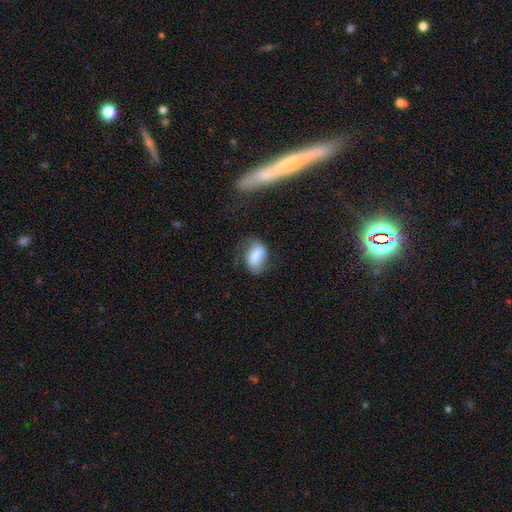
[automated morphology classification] A smooth galaxy with no disk features (74%) that is in between round and cigar-shaped (85%). Merging: none (59%).